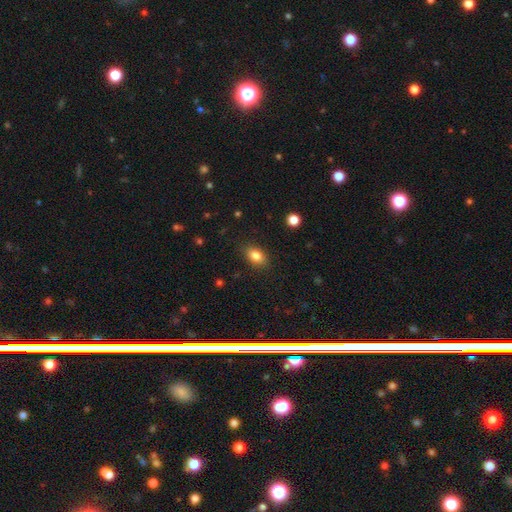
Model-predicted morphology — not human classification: Smooth or featured? Predicted: smooth (p=0.84). How rounded? Predicted: in between (p=0.83). Merging? Predicted: none (p=0.86).